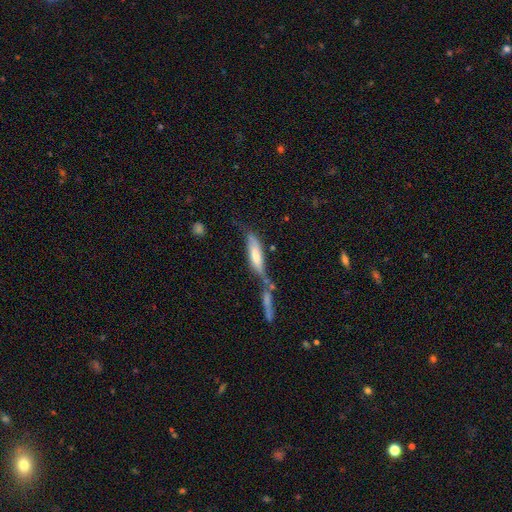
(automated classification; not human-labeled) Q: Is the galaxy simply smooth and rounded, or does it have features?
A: smooth — 46%.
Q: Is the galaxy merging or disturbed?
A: merger — 41%.